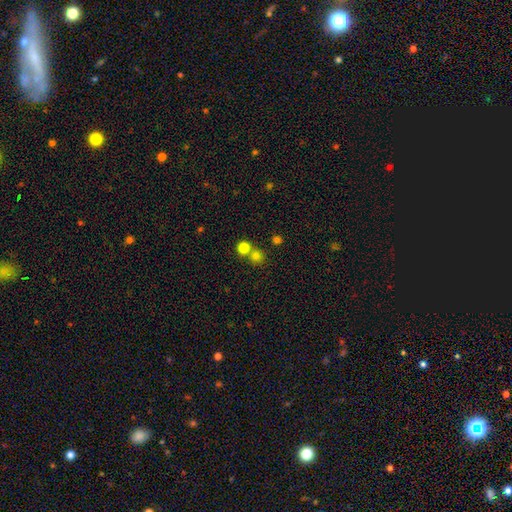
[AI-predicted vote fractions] Smooth or featured? smooth (79%)
How rounded? round (91%)
Merging? none (59%)